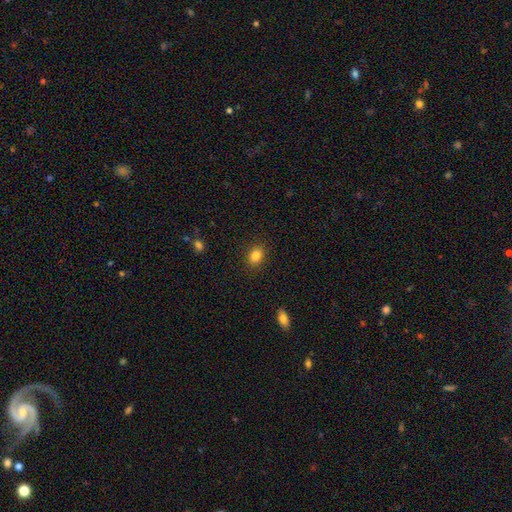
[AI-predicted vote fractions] Smooth or featured? smooth (84%)
How rounded? in between (57%)
Merging? none (88%)